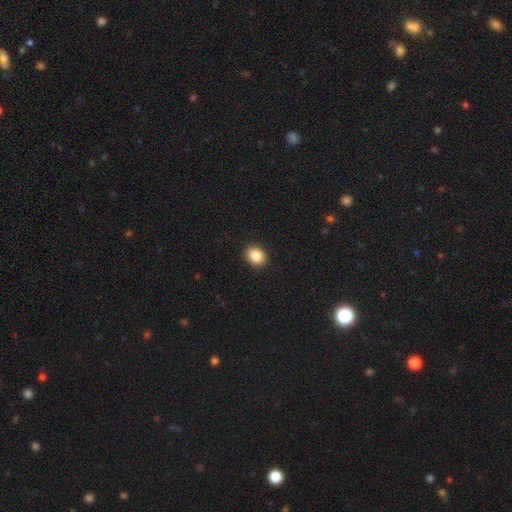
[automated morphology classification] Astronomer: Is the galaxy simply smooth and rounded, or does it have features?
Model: smooth — 87%.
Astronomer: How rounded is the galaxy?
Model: in between — 50% (runner-up: round, 49%).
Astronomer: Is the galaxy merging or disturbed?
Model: none — 91%.